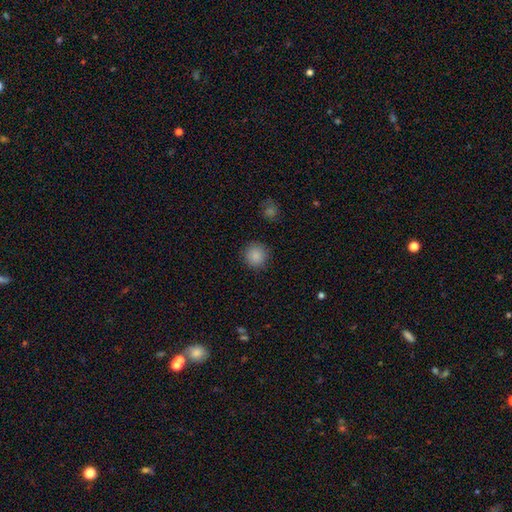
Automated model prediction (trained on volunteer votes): A smooth galaxy with no disk features (87%) that is round (94%). Merging: none (90%).